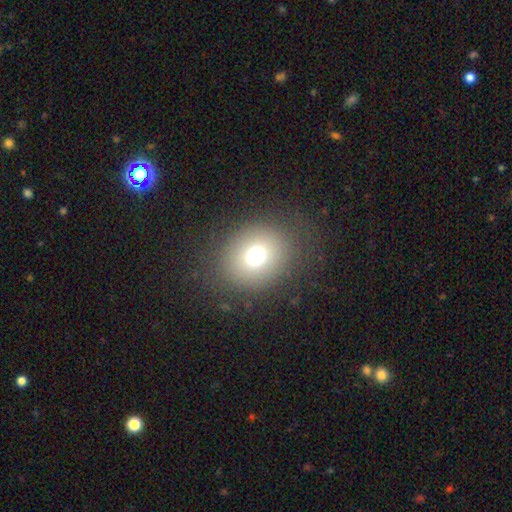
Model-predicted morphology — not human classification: smooth-or-featured: smooth: 73% | star or artifact: 15% | featured or disk: 12%
  how-rounded: round: 67% | in between: 33% | cigar-shaped: 1%
  merging: none: 84% | minor disturbance: 9% | major disturbance: 6% | merger: 1%